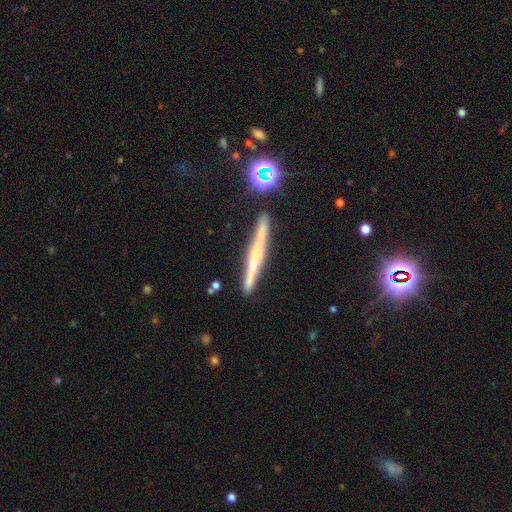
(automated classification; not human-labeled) Smooth or featured? featured or disk (58%)
Edge-on disk? yes (97%)
Edge-on bulge? none (54%)
Merging? none (87%)